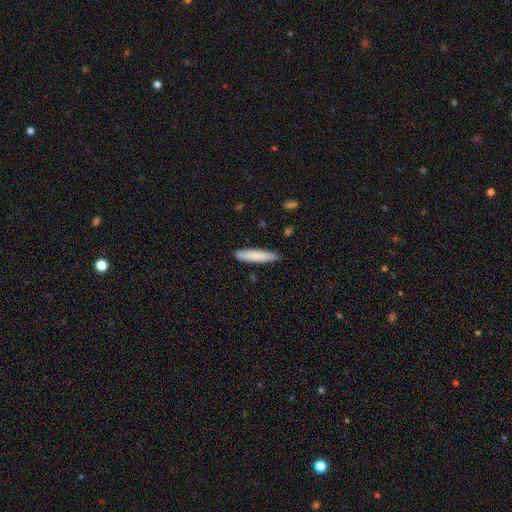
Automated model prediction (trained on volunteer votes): Smooth or featured?
  - smooth: 82% *
  - featured or disk: 13%
  - star or artifact: 6%
How rounded?
  - cigar-shaped: 84% *
  - in between: 15%
  - round: 1%
Merging?
  - none: 86% *
  - minor disturbance: 11%
  - major disturbance: 2%
  - merger: 1%